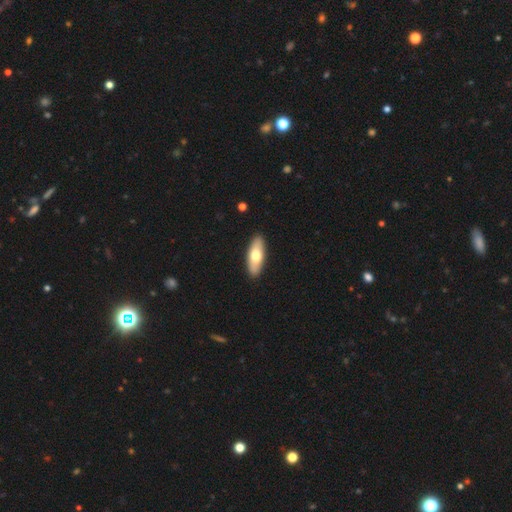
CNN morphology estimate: Smooth or featured? Predicted: smooth (p=0.68). How rounded? Predicted: in between (p=0.74). Merging? Predicted: none (p=0.91).